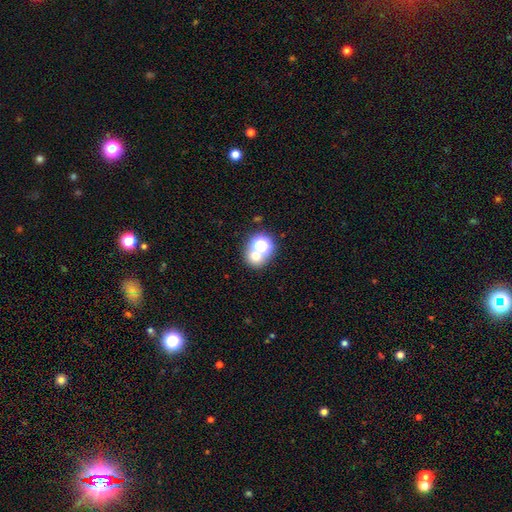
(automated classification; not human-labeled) Overall: smooth (60%; star or artifact 28%). How rounded: round (80%). Merging: none (54%; merger 34%).